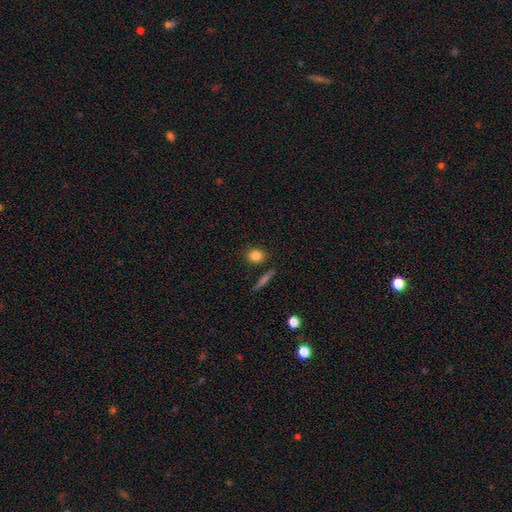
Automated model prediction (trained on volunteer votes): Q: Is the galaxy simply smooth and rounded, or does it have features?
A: smooth — 83%.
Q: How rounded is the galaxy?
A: round — 56%.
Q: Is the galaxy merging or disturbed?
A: none — 83%.